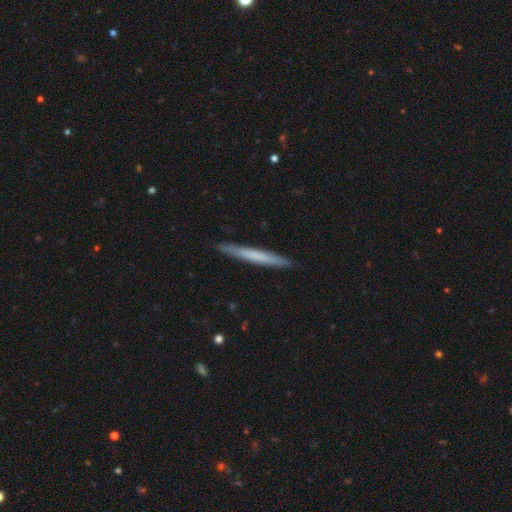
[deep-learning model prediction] Q: Smooth or featured?
A: smooth (58%); runner-up: featured or disk (37%)
Q: How rounded?
A: cigar-shaped (97%); runner-up: in between (2%)
Q: Merging?
A: none (91%); runner-up: minor disturbance (6%)